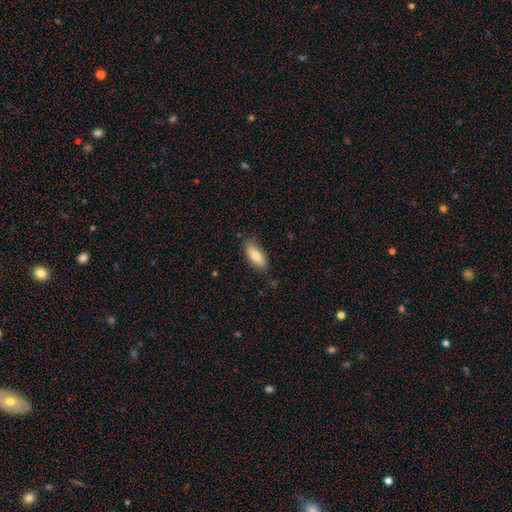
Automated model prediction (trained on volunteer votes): smooth-or-featured: smooth: 78% | featured or disk: 16% | star or artifact: 6%
  how-rounded: in between: 77% | cigar-shaped: 20% | round: 2%
  merging: none: 80% | minor disturbance: 16% | major disturbance: 3% | merger: 1%